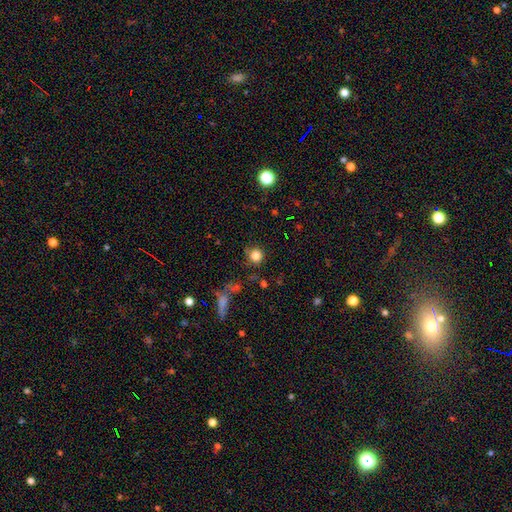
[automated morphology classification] Q: Smooth or featured?
A: smooth (81%); runner-up: star or artifact (13%)
Q: How rounded?
A: round (92%); runner-up: in between (6%)
Q: Merging?
A: none (79%); runner-up: minor disturbance (12%)